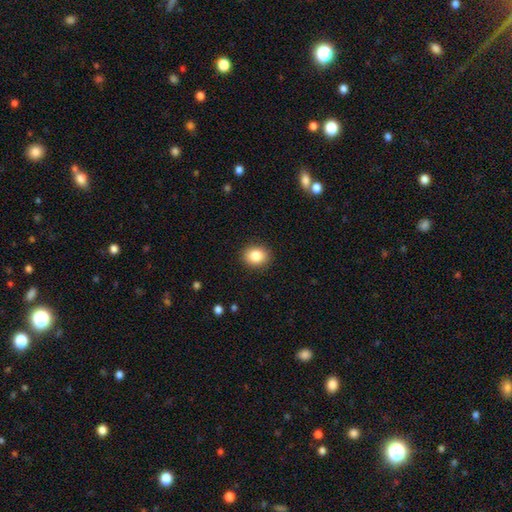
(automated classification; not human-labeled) Overall: smooth (85%). How rounded: round (61%; in between 38%). Merging: none (90%).